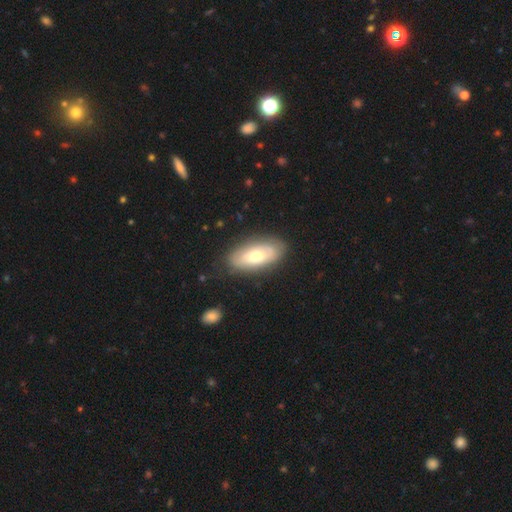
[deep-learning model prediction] A smooth galaxy with no disk features (52%) that is in between round and cigar-shaped (90%). Merging: none (80%).